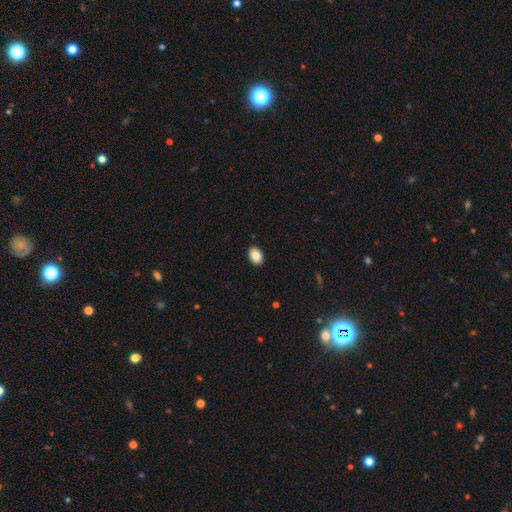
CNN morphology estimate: Smooth or featured: smooth — 87% (star or artifact — 8%)
How rounded: in between — 78% (round — 21%)
Merging: none — 91% (minor disturbance — 7%)